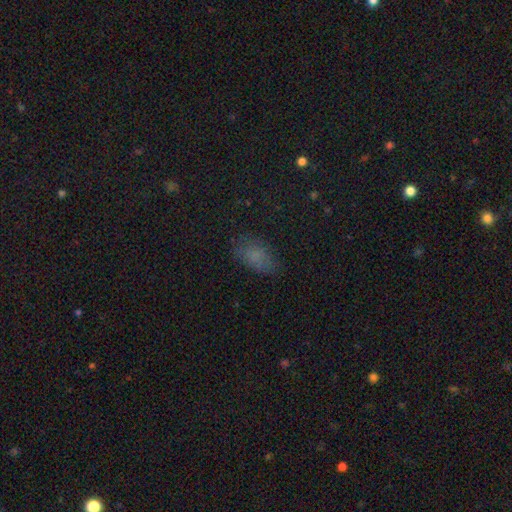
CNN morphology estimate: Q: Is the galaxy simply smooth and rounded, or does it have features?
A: smooth — 74%.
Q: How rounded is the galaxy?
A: in between — 90%.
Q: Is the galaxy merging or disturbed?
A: none — 72%.